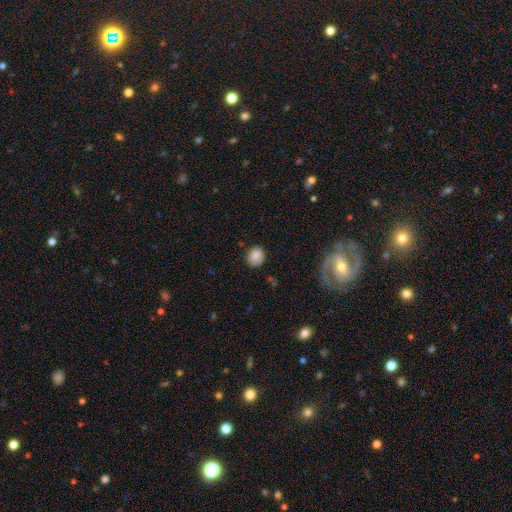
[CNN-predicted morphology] smooth_or_featured: smooth (p=0.84) [alt: star or artifact p=0.09]
how_rounded: round (p=0.69) [alt: in between p=0.30]
merging: none (p=0.78) [alt: minor disturbance p=0.17]